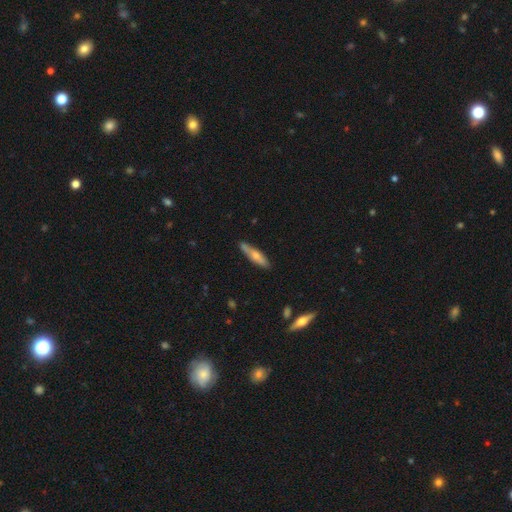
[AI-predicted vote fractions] Smooth or featured? smooth (61%)
How rounded? cigar-shaped (78%)
Merging? none (74%)